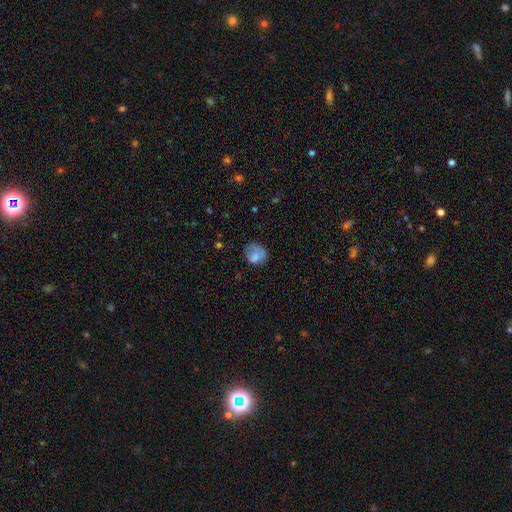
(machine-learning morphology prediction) smooth 73%, featured or disk 17%, star or artifact 10%. Down the decision tree: how rounded — round (63%); merging — none (49%).